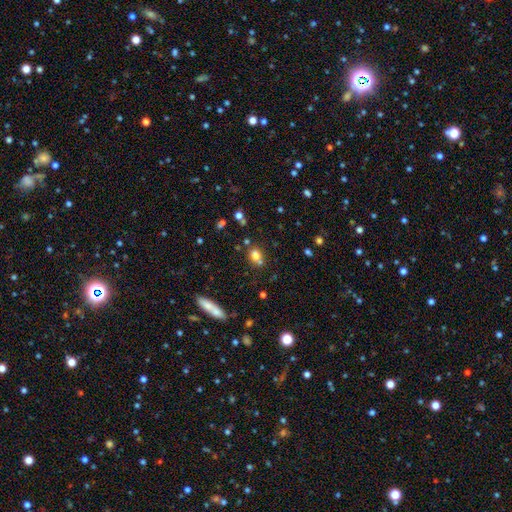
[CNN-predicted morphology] A smooth galaxy with no disk features (74%) that is round (51%).

Vote fractions:
- Smooth or featured? smooth: 74% / star or artifact: 16% / featured or disk: 10%
- How rounded? round: 51% / in between: 47% / cigar-shaped: 2%
- Merging? none: 55% / merger: 28% / minor disturbance: 13% / major disturbance: 5%